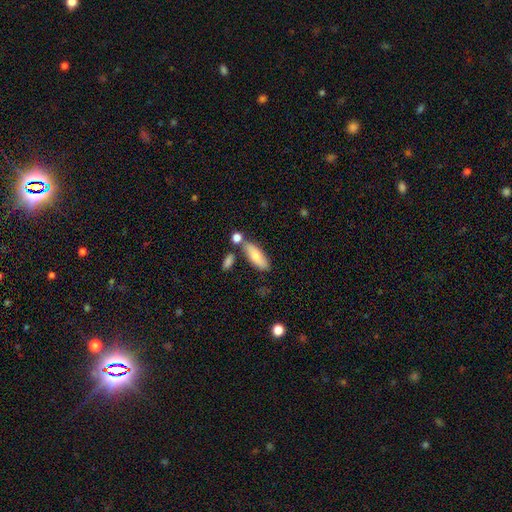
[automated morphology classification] Smooth or featured: smooth — 75% (featured or disk — 18%)
How rounded: in between — 69% (cigar-shaped — 28%)
Merging: none — 66% (minor disturbance — 15%)